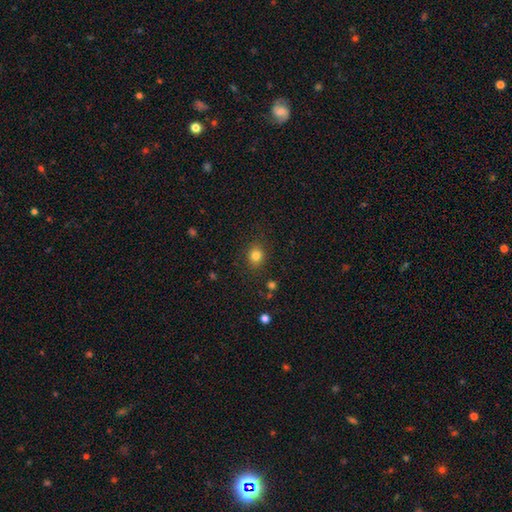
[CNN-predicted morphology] smooth_or_featured: smooth (p=0.82) [alt: star or artifact p=0.12]
how_rounded: round (p=0.70) [alt: in between p=0.29]
merging: none (p=0.86) [alt: minor disturbance p=0.09]